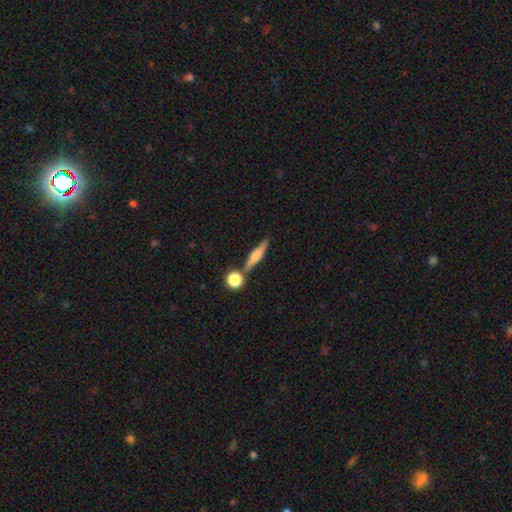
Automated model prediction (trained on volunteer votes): Morphology: type=smooth (48%); merging=none (74%).